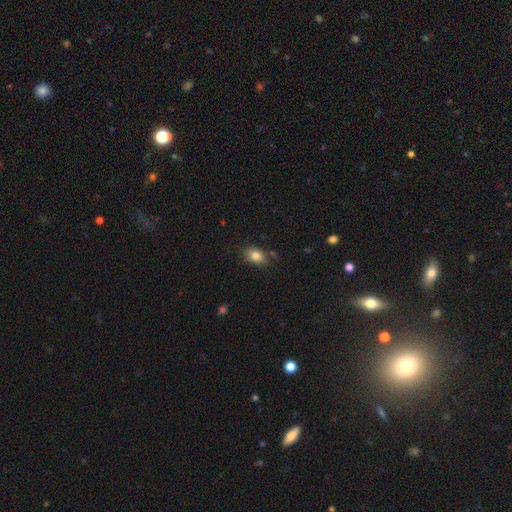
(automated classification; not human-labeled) Smooth or featured?
  - smooth: 84% *
  - star or artifact: 9%
  - featured or disk: 6%
How rounded?
  - in between: 76% *
  - round: 22%
  - cigar-shaped: 1%
Merging?
  - none: 74% *
  - minor disturbance: 18%
  - major disturbance: 4%
  - merger: 4%